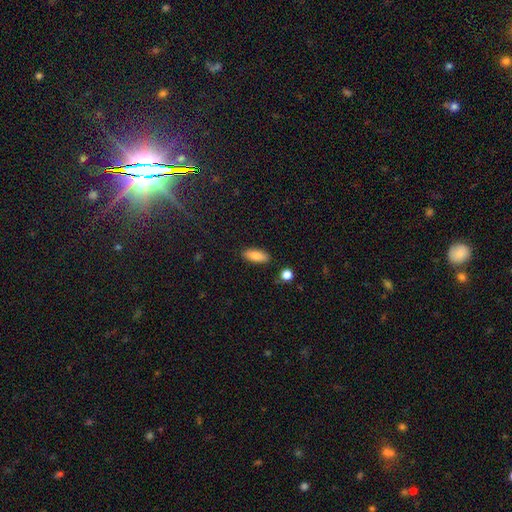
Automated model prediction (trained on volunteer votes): This is clearly a smooth galaxy (83%). How rounded: likely in between (77%). Merging: clearly none (87%).